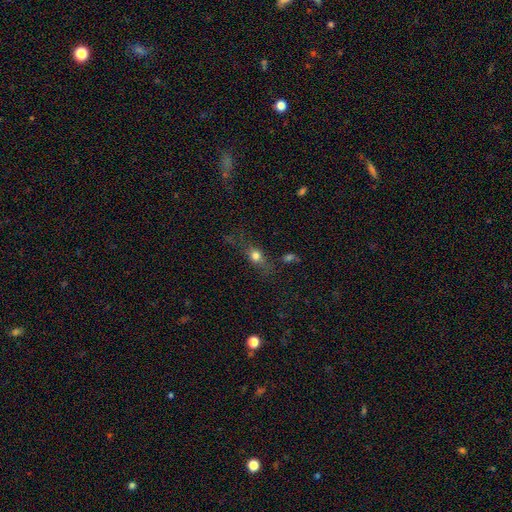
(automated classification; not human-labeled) This appears to be a smooth galaxy with no disk features (64%) that is in between round and cigar-shaped (46%). Merging: none (60%).